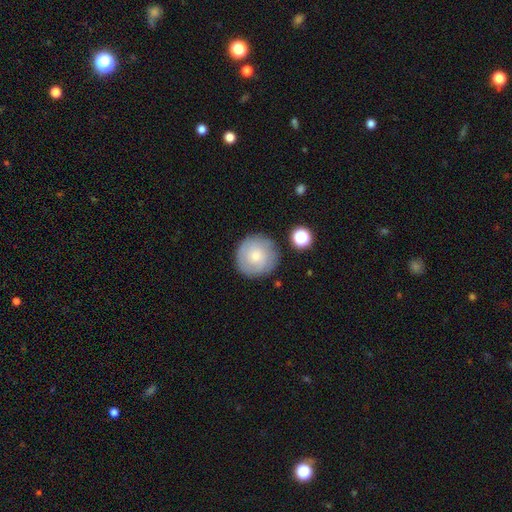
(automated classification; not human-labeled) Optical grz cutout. It shows a smooth galaxy with no disk features (66%) that is round (95%). Merging: none (82%).